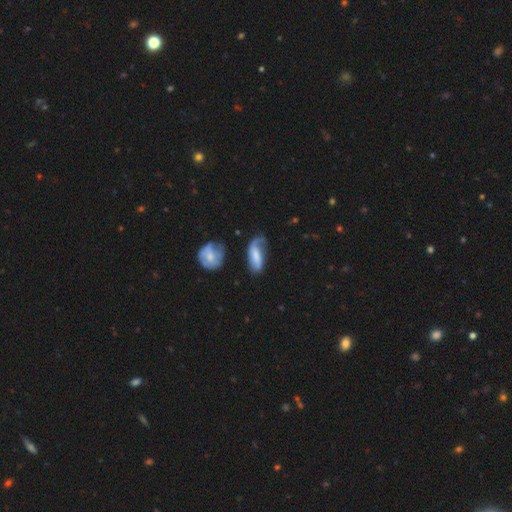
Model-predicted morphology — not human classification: Overall: smooth (49%; featured or disk 44%). Merging: none (41%; minor disturbance 31%).